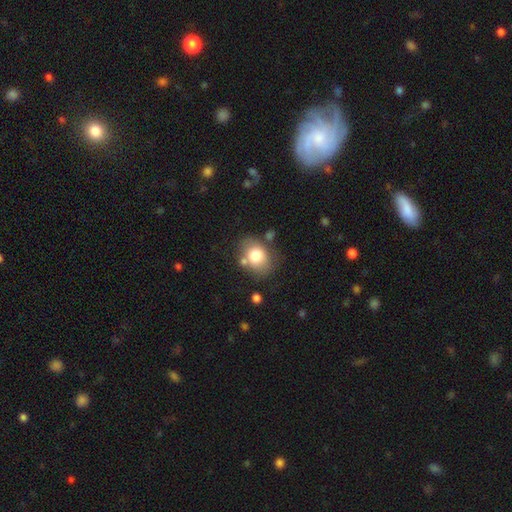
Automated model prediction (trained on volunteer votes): A smooth galaxy with no disk features (75%) that is in between round and cigar-shaped (55%).

Vote fractions:
- Smooth or featured? smooth: 75% / featured or disk: 16% / star or artifact: 9%
- How rounded? in between: 55% / round: 44% / cigar-shaped: 1%
- Merging? none: 69% / minor disturbance: 17% / merger: 9% / major disturbance: 6%